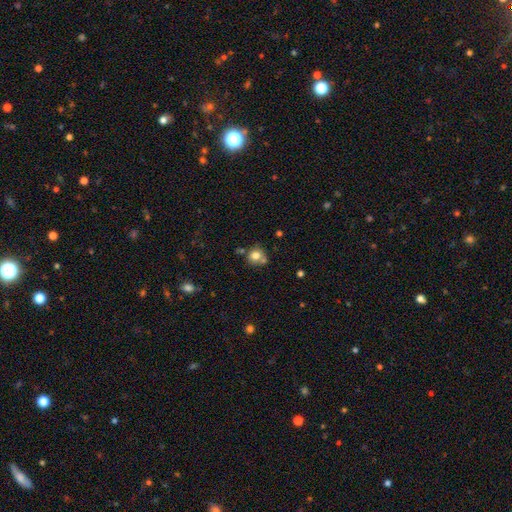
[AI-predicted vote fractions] A smooth galaxy with no disk features (76%) that is round (83%).

Vote fractions:
- Smooth or featured? smooth: 76% / featured or disk: 12% / star or artifact: 12%
- How rounded? round: 83% / in between: 16% / cigar-shaped: 1%
- Merging? none: 60% / merger: 21% / minor disturbance: 15% / major disturbance: 5%